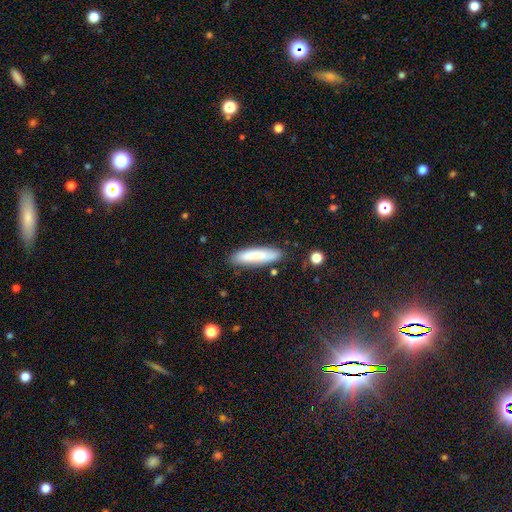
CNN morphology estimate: Q: Smooth or featured?
A: smooth (79%); runner-up: featured or disk (15%)
Q: How rounded?
A: cigar-shaped (75%); runner-up: in between (24%)
Q: Merging?
A: none (83%); runner-up: minor disturbance (12%)